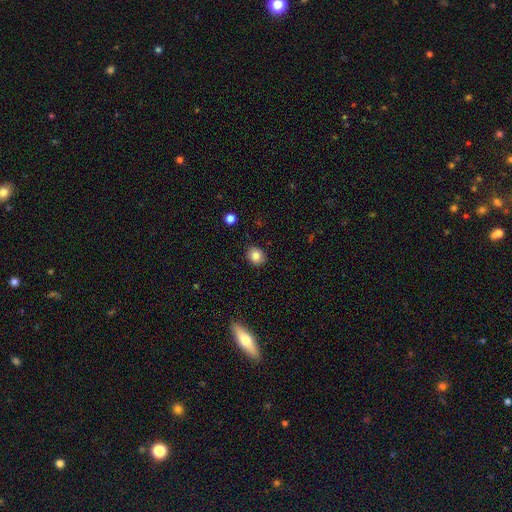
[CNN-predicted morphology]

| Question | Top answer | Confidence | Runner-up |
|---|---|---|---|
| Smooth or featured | smooth | 84% | star or artifact (10%) |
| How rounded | round | 63% | in between (36%) |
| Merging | none | 89% | minor disturbance (8%) |